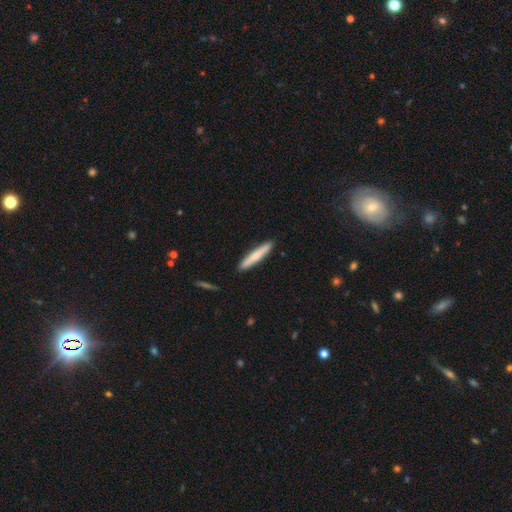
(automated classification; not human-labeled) smooth-or-featured: smooth: 71% | featured or disk: 24% | star or artifact: 5%
  how-rounded: cigar-shaped: 94% | in between: 5% | round: 1%
  merging: none: 90% | minor disturbance: 7% | major disturbance: 1% | merger: 1%